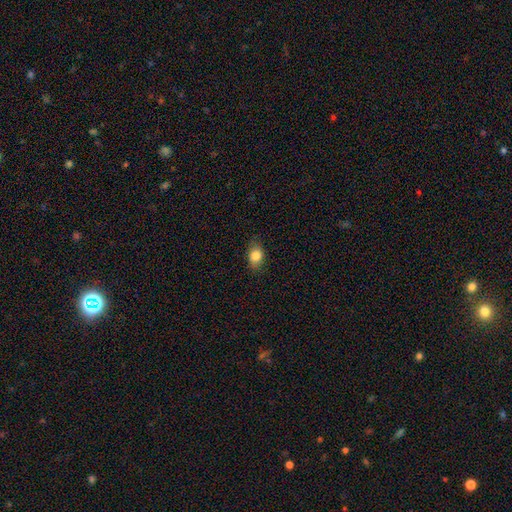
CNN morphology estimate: A smooth galaxy with no disk features (84%) that is in between round and cigar-shaped (74%).

Vote fractions:
- Smooth or featured? smooth: 84% / star or artifact: 9% / featured or disk: 7%
- How rounded? in between: 74% / round: 24% / cigar-shaped: 2%
- Merging? none: 82% / minor disturbance: 14% / major disturbance: 3% / merger: 1%